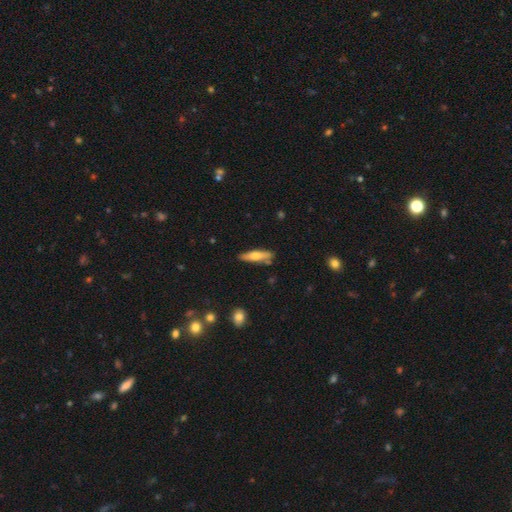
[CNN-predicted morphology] Smooth or featured: smooth — 60% (featured or disk — 35%)
How rounded: cigar-shaped — 74% (in between — 24%)
Merging: none — 80% (minor disturbance — 13%)